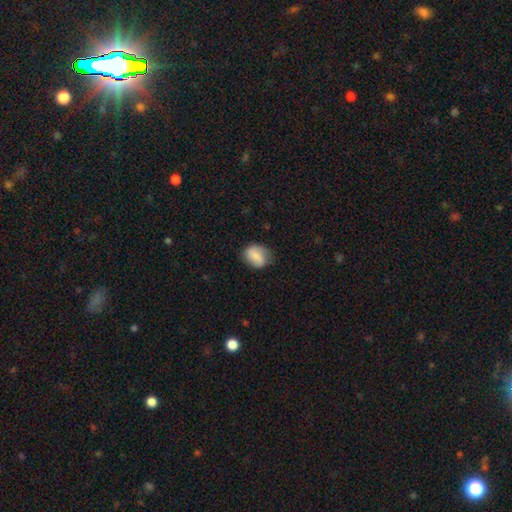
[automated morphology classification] Smooth or featured? Predicted: smooth (p=0.81). How rounded? Predicted: in between (p=0.60). Merging? Predicted: none (p=0.65).